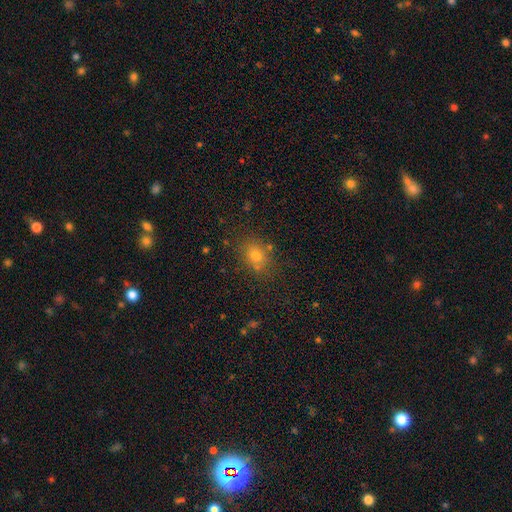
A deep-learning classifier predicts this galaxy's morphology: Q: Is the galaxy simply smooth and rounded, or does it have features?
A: smooth — 72%.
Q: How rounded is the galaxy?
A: round — 51%.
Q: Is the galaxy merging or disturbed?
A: none — 79%.